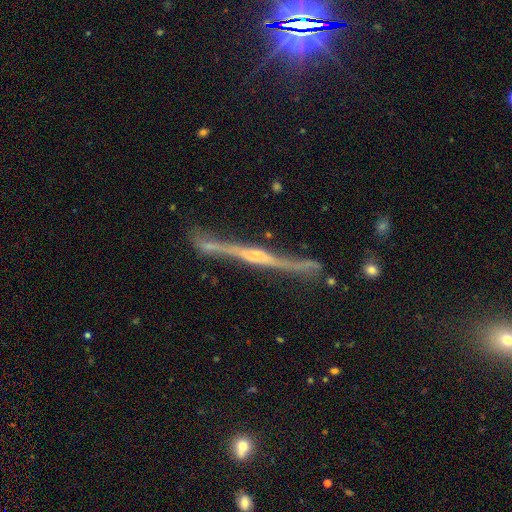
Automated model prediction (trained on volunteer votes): smooth_or_featured: featured or disk (p=0.84) [alt: star or artifact p=0.08]
disk_edge_on: yes (p=0.96) [alt: no p=0.04]
edge_on_bulge: rounded (p=0.71) [alt: none p=0.18]
merging: none (p=0.78) [alt: minor disturbance p=0.15]